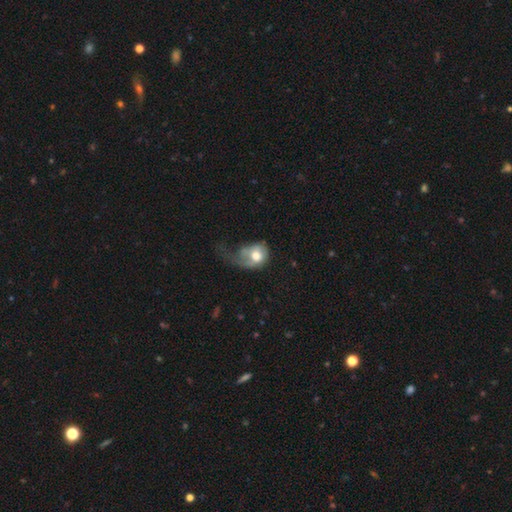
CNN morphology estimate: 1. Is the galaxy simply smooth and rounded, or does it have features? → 57% smooth, 36% featured or disk, 7% star or artifact.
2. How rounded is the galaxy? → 50% round, 48% in between, 1% cigar-shaped.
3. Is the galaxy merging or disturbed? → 60% major disturbance, 19% minor disturbance, 17% none, 4% merger.